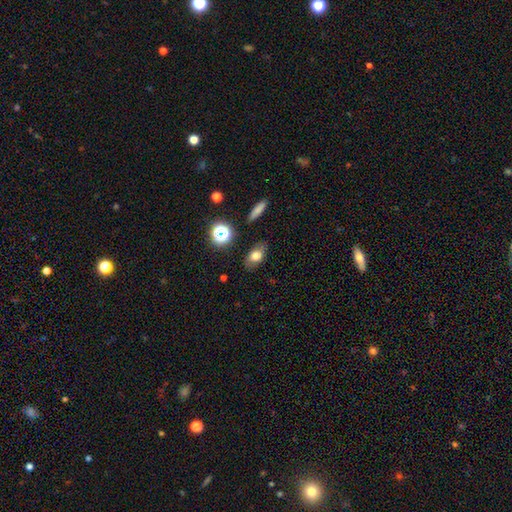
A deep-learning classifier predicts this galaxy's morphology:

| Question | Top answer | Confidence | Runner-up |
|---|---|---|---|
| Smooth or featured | smooth | 70% | featured or disk (18%) |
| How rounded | in between | 82% | round (14%) |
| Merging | none | 82% | minor disturbance (12%) |